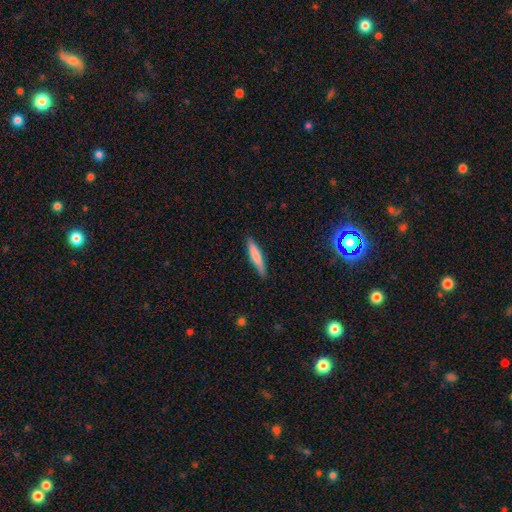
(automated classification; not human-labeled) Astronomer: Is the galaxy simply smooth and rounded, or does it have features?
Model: smooth — 74%.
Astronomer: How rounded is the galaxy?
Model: cigar-shaped — 90%.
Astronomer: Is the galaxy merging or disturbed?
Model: none — 88%.